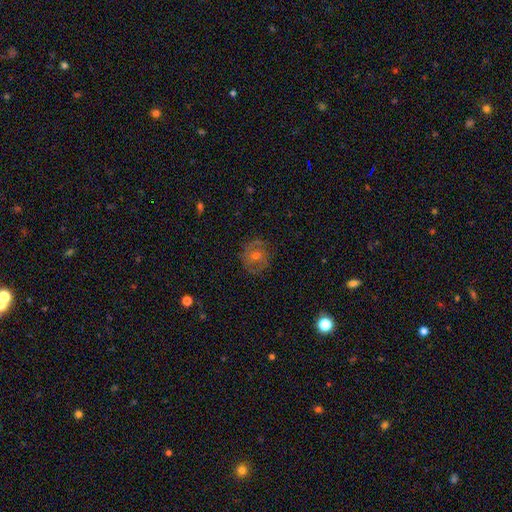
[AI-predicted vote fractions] A featured or disk galaxy (60%) with no bar (60%), spiral arms (74%) and a moderate central bulge (53%).

Vote fractions:
- Smooth or featured? featured or disk: 60% / smooth: 29% / star or artifact: 11%
- Edge-on disk? no: 97% / yes: 3%
- Bar? no: 60% / weak: 32% / strong: 7%
- Spiral arms? yes: 74% / no: 26%
- Bulge size? moderate: 53% / small: 41% / large: 2% / none: 2% / dominant: 1%
- Merging? none: 78% / minor disturbance: 14% / major disturbance: 6% / merger: 1%